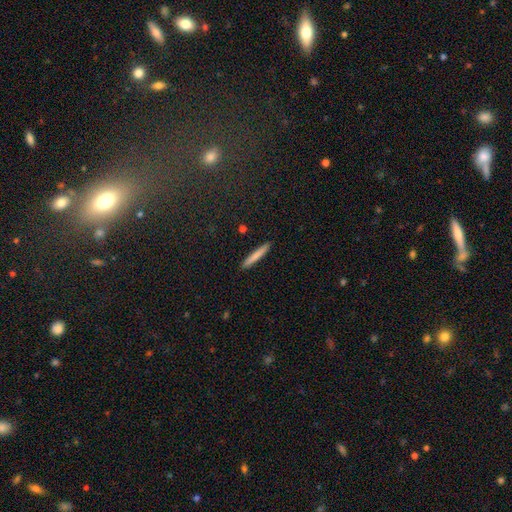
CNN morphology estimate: Smooth or featured? Predicted: smooth (p=0.76). How rounded? Predicted: cigar-shaped (p=0.95). Merging? Predicted: none (p=0.91).